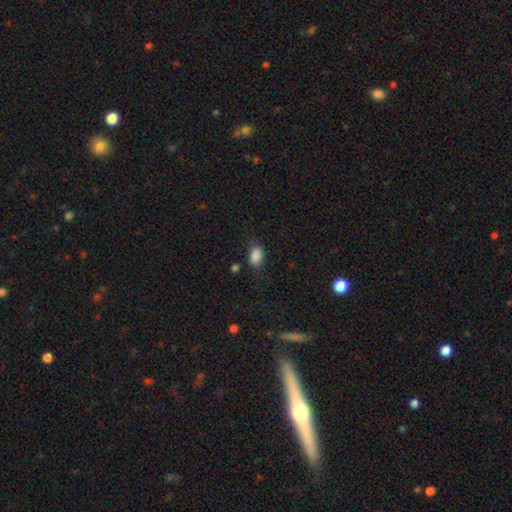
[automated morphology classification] Smooth or featured? Predicted: smooth (p=0.87). How rounded? Predicted: in between (p=0.87). Merging? Predicted: none (p=0.74).